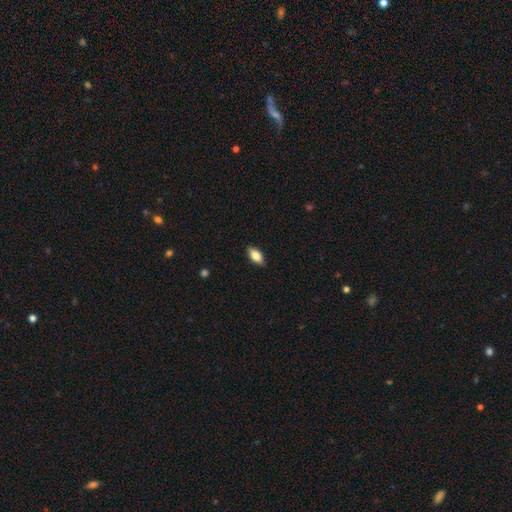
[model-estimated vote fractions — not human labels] This is likely a smooth galaxy (77%). How rounded: clearly in between (87%). Merging: clearly none (87%).